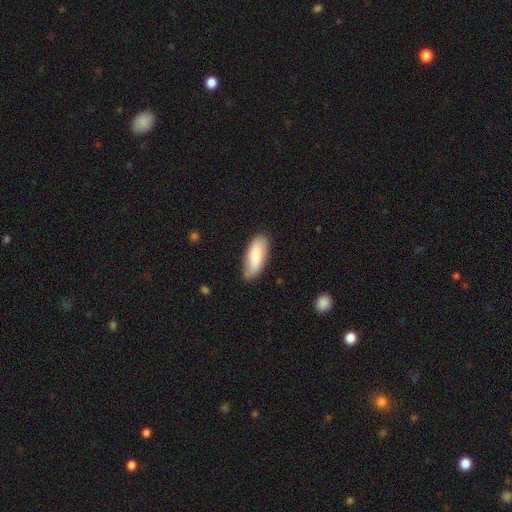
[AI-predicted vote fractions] Morphology: type=smooth (70%); roundness=in between (78%); merging=none (79%).